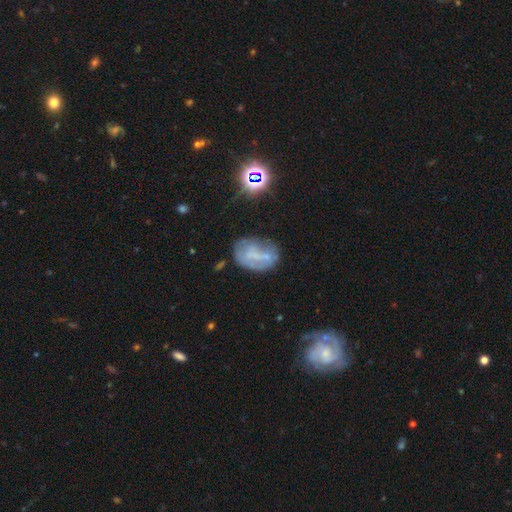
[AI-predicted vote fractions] This is possibly a featured or disk galaxy (48%). Merging: possibly none (49%).